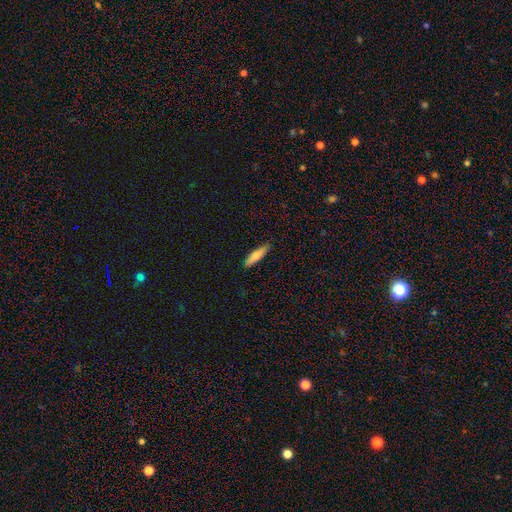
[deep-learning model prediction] Smooth or featured: smooth — 75% (featured or disk — 19%)
How rounded: cigar-shaped — 75% (in between — 23%)
Merging: none — 84% (minor disturbance — 13%)